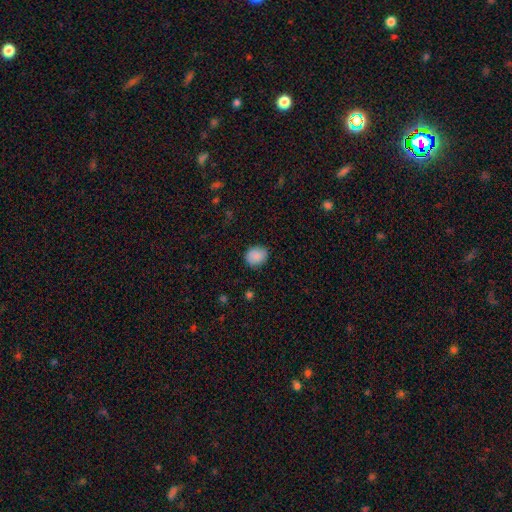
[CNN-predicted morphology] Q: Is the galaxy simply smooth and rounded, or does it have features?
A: smooth — 88%.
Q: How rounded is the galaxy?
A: round — 64%.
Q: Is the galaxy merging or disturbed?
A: none — 84%.